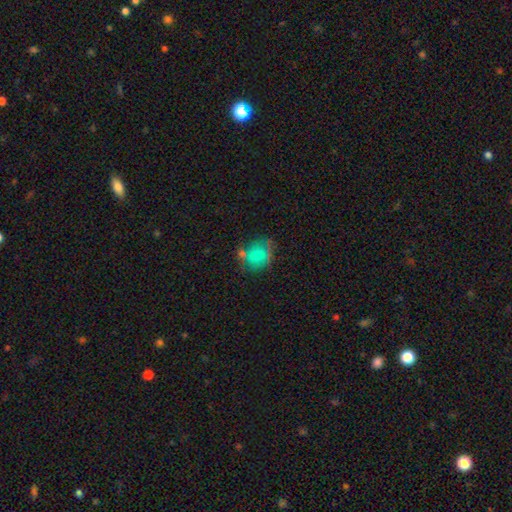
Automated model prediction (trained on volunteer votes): A smooth galaxy with no disk features (64%) that is round (61%).

Vote fractions:
- Smooth or featured? smooth: 64% / featured or disk: 24% / star or artifact: 12%
- How rounded? round: 61% / in between: 38% / cigar-shaped: 1%
- Merging? none: 44% / minor disturbance: 23% / merger: 21% / major disturbance: 13%